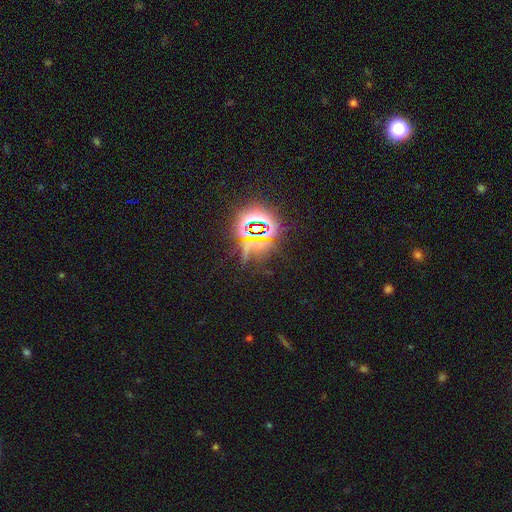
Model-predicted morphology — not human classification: This is clearly a star or artifact rather than a galaxy (83%).